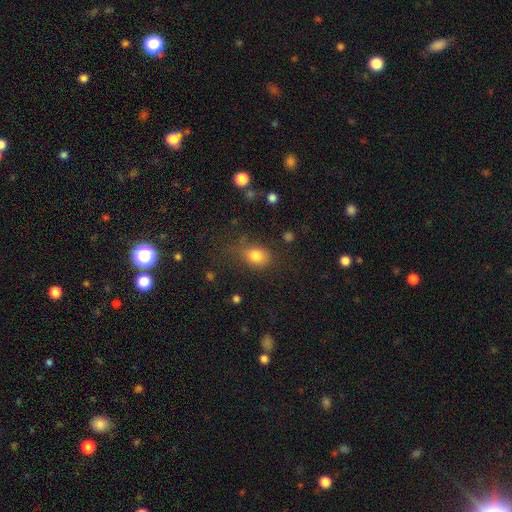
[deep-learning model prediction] Smooth or featured? Predicted: smooth (p=0.80). How rounded? Predicted: in between (p=0.59). Merging? Predicted: none (p=0.62).